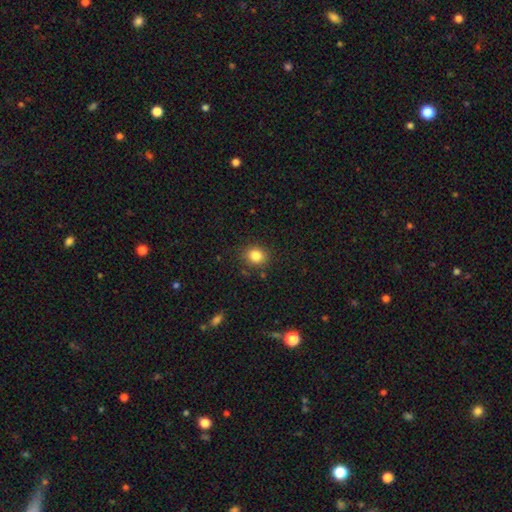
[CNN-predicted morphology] A smooth galaxy with no disk features (83%) that is round (70%).

Vote fractions:
- Smooth or featured? smooth: 83% / star or artifact: 11% / featured or disk: 5%
- How rounded? round: 70% / in between: 29% / cigar-shaped: 1%
- Merging? none: 87% / minor disturbance: 9% / major disturbance: 3% / merger: 2%